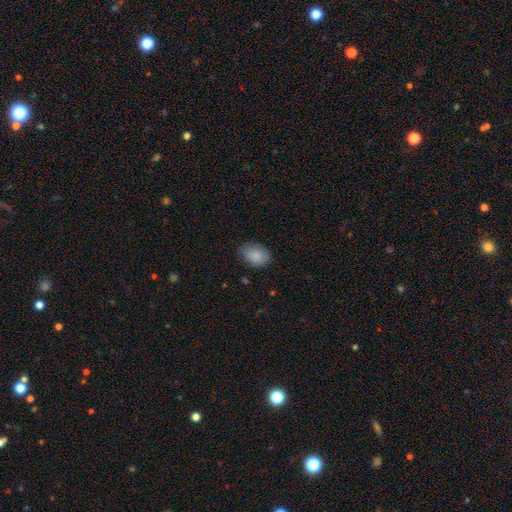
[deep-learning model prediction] Q: Smooth or featured?
A: smooth (87%); runner-up: star or artifact (7%)
Q: How rounded?
A: in between (77%); runner-up: round (22%)
Q: Merging?
A: none (75%); runner-up: minor disturbance (20%)